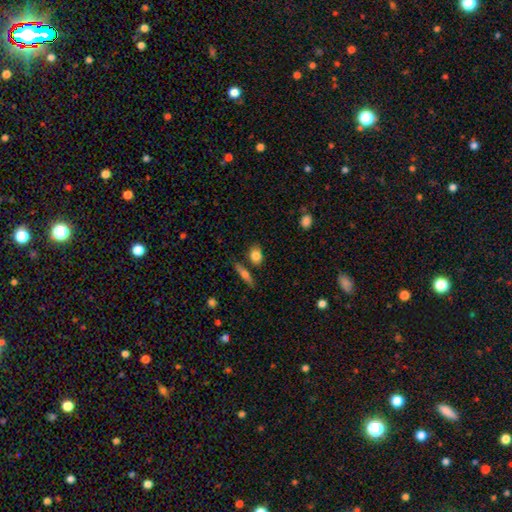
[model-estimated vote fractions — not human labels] A smooth galaxy with no disk features (81%) that is in between round and cigar-shaped (52%).

Vote fractions:
- Smooth or featured? smooth: 81% / featured or disk: 11% / star or artifact: 8%
- How rounded? in between: 52% / round: 41% / cigar-shaped: 6%
- Merging? none: 76% / minor disturbance: 11% / merger: 9% / major disturbance: 3%